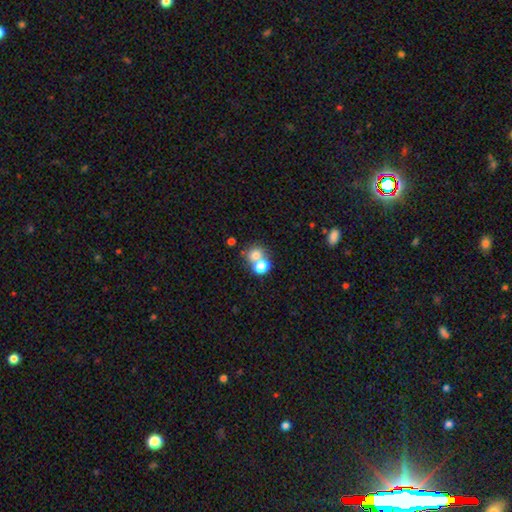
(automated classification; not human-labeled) Smooth or featured: smooth — 74% (star or artifact — 15%)
How rounded: round — 76% (in between — 23%)
Merging: merger — 47% (none — 42%)